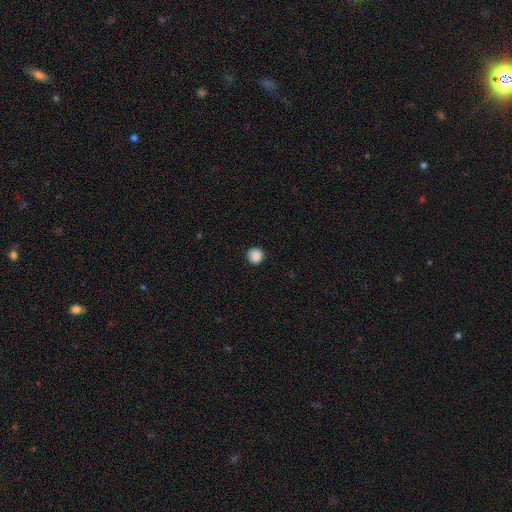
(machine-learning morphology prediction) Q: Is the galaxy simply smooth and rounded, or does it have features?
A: smooth — 88%.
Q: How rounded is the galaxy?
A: round — 94%.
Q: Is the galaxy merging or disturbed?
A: none — 92%.